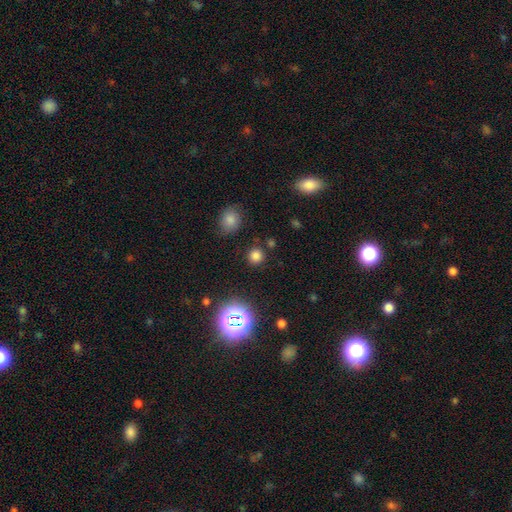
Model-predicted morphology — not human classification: type=smooth (74%); roundness=round (92%); merging=none (88%).